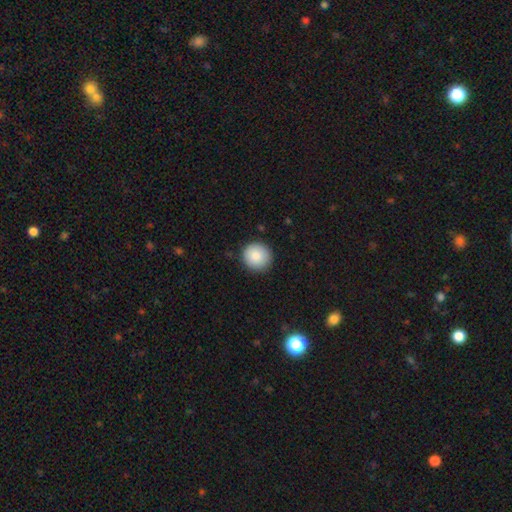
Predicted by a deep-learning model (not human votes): smooth-or-featured: smooth: 87% | star or artifact: 8% | featured or disk: 6%
  how-rounded: round: 95% | in between: 4% | cigar-shaped: 1%
  merging: none: 90% | minor disturbance: 7% | major disturbance: 2% | merger: 1%